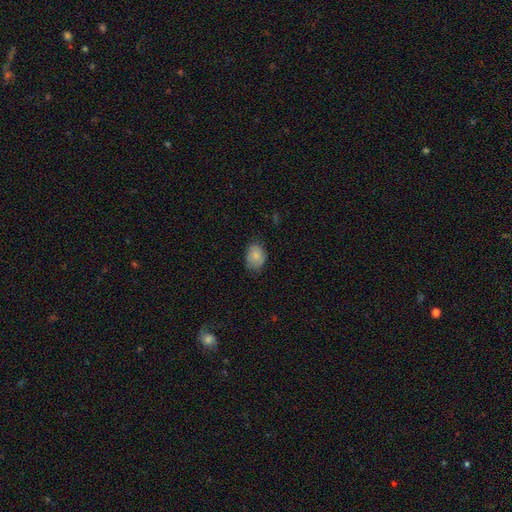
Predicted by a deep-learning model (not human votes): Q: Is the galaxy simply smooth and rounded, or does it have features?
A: smooth — 83%.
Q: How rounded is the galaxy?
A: in between — 67%.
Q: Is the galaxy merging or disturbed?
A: none — 68%.